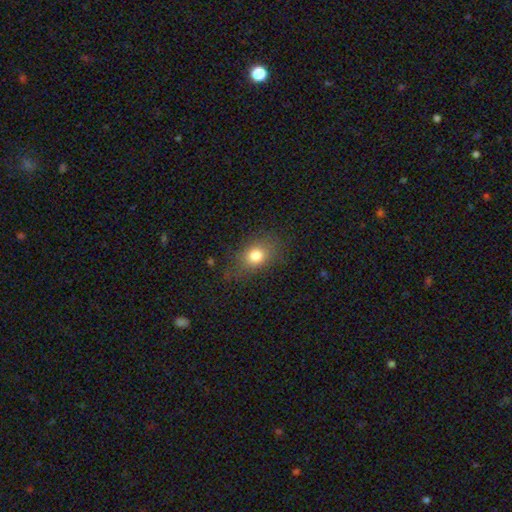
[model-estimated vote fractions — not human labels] Smooth or featured?
  - smooth: 78% *
  - star or artifact: 12%
  - featured or disk: 10%
How rounded?
  - in between: 58% *
  - round: 40%
  - cigar-shaped: 2%
Merging?
  - none: 74% *
  - minor disturbance: 17%
  - major disturbance: 7%
  - merger: 1%